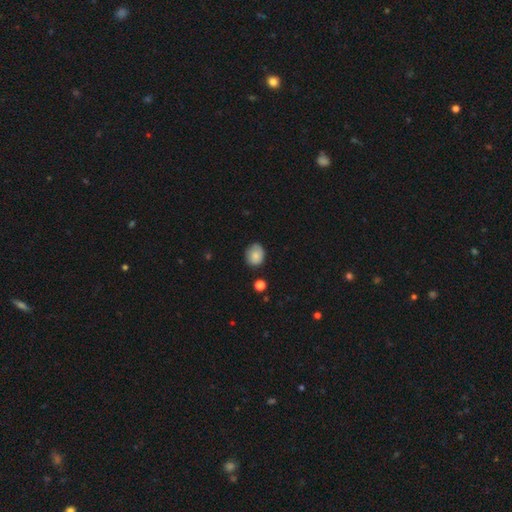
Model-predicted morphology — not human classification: type=smooth (80%); roundness=round (61%); merging=none (73%).